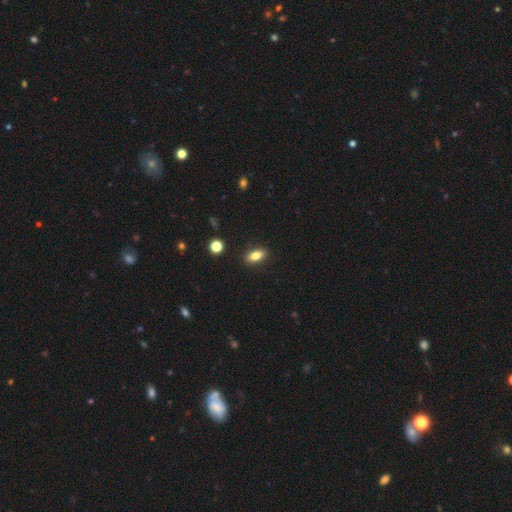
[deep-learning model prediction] Q: Smooth or featured?
A: smooth (81%); runner-up: featured or disk (11%)
Q: How rounded?
A: in between (82%); runner-up: cigar-shaped (13%)
Q: Merging?
A: none (88%); runner-up: minor disturbance (8%)